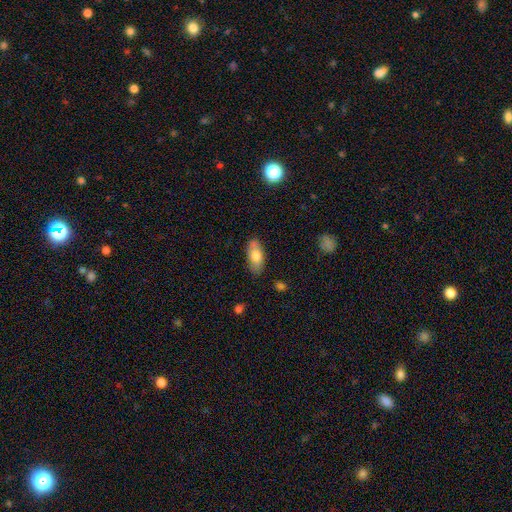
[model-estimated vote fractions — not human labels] Overall: smooth (75%). How rounded: in between (87%). Merging: none (78%).